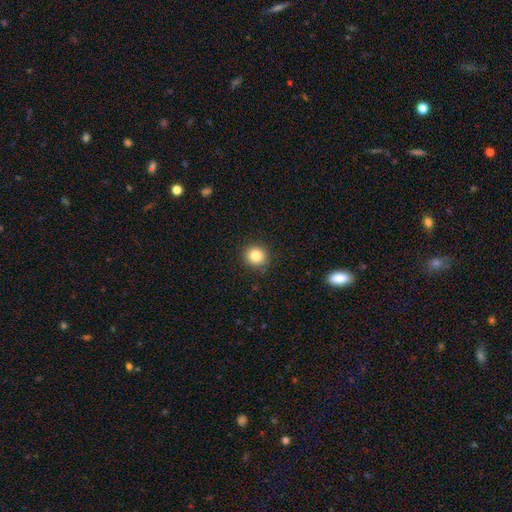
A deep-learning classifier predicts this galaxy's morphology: The model was most divided on "smooth or featured": smooth: 83%, star or artifact: 11%, featured or disk: 6%. More confident: how rounded — round (91%); merging — none (90%).